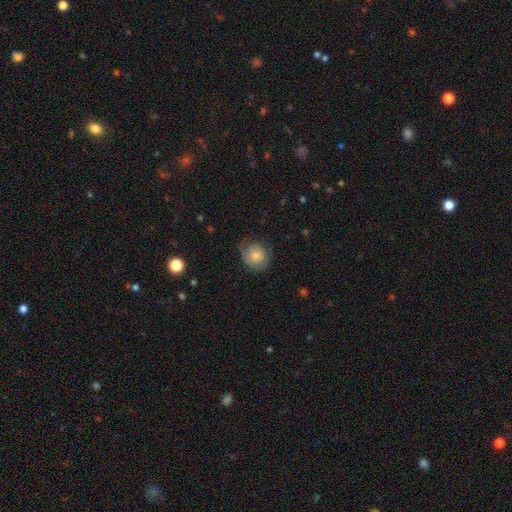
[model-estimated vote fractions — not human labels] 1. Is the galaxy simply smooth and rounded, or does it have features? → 73% smooth, 19% featured or disk, 8% star or artifact.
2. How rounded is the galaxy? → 75% round, 24% in between, 1% cigar-shaped.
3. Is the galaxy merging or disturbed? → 60% none, 27% minor disturbance, 11% major disturbance, 1% merger.